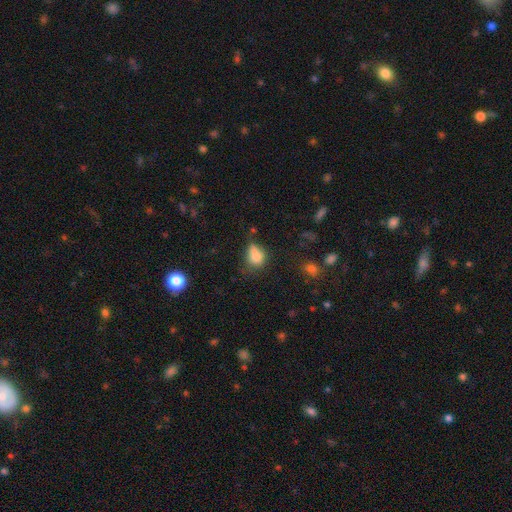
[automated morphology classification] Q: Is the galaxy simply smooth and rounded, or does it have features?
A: smooth — 76%.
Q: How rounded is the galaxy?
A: in between — 60%.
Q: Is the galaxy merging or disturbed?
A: none — 35%.